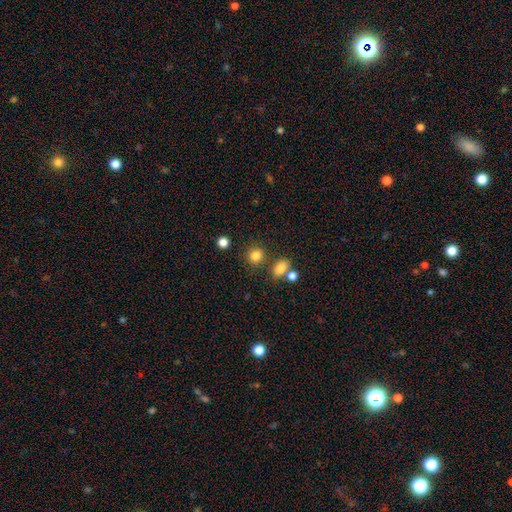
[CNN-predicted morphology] Smooth or featured: smooth — 82% (star or artifact — 12%)
How rounded: round — 81% (in between — 18%)
Merging: none — 76% (merger — 11%)